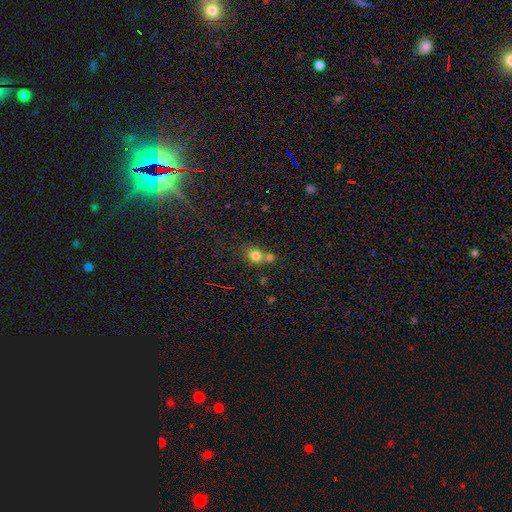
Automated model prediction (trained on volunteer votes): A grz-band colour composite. It shows a smooth galaxy with no disk features (78%) that is round (67%). Merging: none (51%).